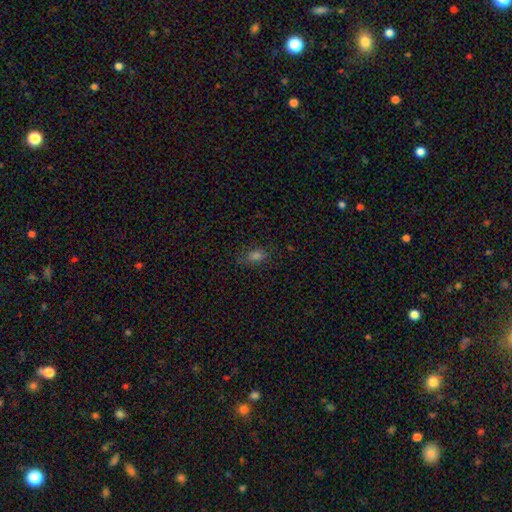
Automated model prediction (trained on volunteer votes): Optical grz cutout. It shows a smooth galaxy with no disk features (72%) that is in between round and cigar-shaped (77%). Merging: none (77%).